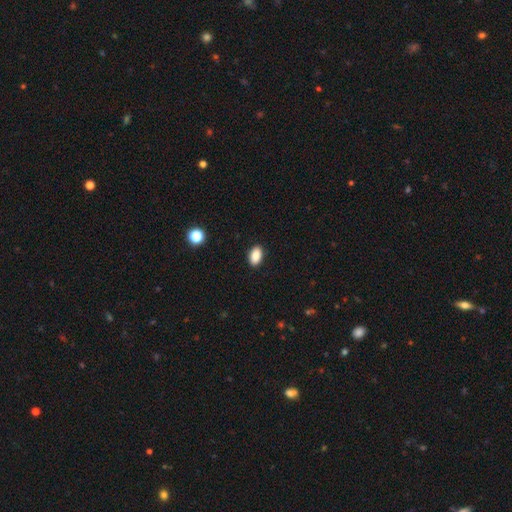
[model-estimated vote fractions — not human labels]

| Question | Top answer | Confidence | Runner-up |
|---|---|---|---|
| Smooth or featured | smooth | 88% | star or artifact (8%) |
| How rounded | in between | 91% | round (7%) |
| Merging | none | 90% | minor disturbance (7%) |